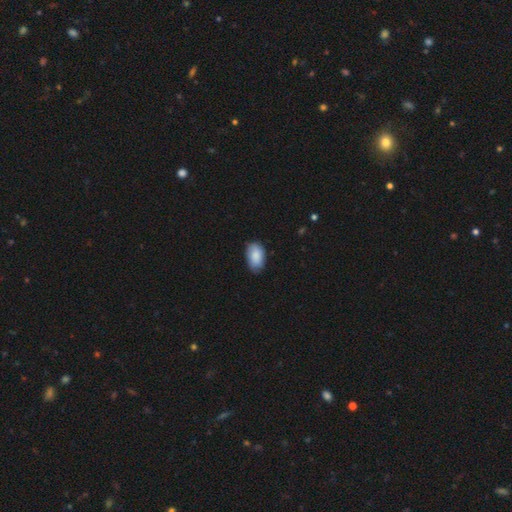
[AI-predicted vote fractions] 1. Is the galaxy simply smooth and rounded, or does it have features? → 87% smooth, 7% featured or disk, 6% star or artifact.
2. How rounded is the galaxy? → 93% in between, 6% round, 1% cigar-shaped.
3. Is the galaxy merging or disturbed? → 77% none, 20% minor disturbance, 3% major disturbance, 1% merger.